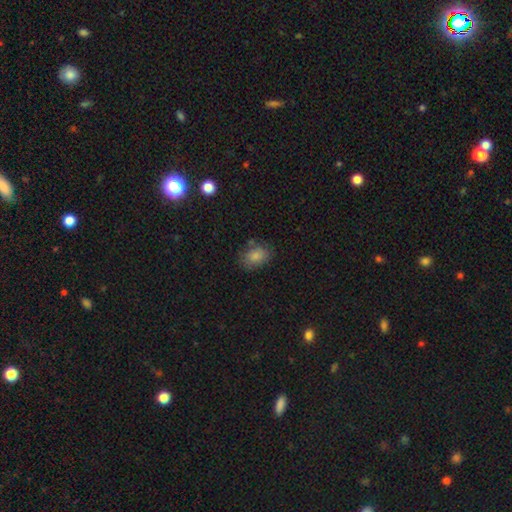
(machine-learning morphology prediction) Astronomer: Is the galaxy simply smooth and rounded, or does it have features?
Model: smooth — 82%.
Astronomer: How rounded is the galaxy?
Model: in between — 74%.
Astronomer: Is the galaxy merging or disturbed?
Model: none — 69%.